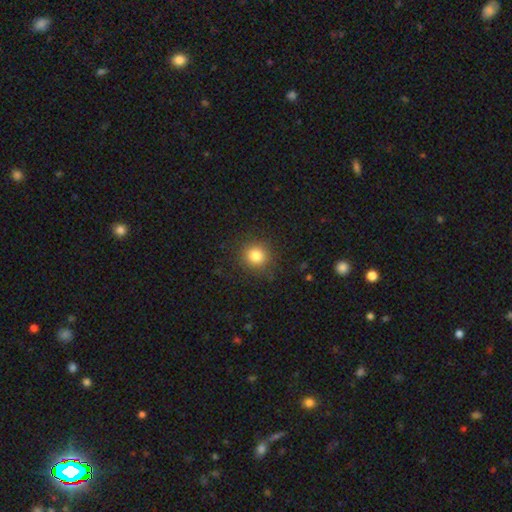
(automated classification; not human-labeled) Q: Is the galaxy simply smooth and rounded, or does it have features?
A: smooth — 82%.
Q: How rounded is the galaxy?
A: round — 89%.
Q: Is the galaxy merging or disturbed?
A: none — 88%.